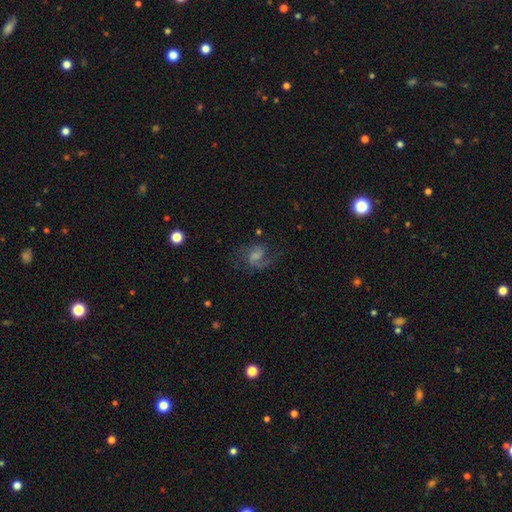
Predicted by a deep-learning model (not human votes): A featured or disk galaxy (72%) with a weak bar (50%), 2 (65%) medium (46%) spiral arms (92%) and a small central bulge (36%).

Vote fractions:
- Smooth or featured? featured or disk: 72% / smooth: 19% / star or artifact: 9%
- Edge-on disk? no: 98% / yes: 2%
- Bar? weak: 50% / no: 39% / strong: 11%
- Spiral arms? yes: 92% / no: 8%
- Spiral winding? medium: 46% / loose: 42% / tight: 12%
- Spiral arm count? 2: 65% / 1: 24% / can't tell: 6% / 3: 2% / 4: 1% / more than 4: 1%
- Bulge size? small: 36% / moderate: 28% / none: 27% / large: 8% / dominant: 2%
- Merging? none: 56% / major disturbance: 23% / minor disturbance: 19% / merger: 2%